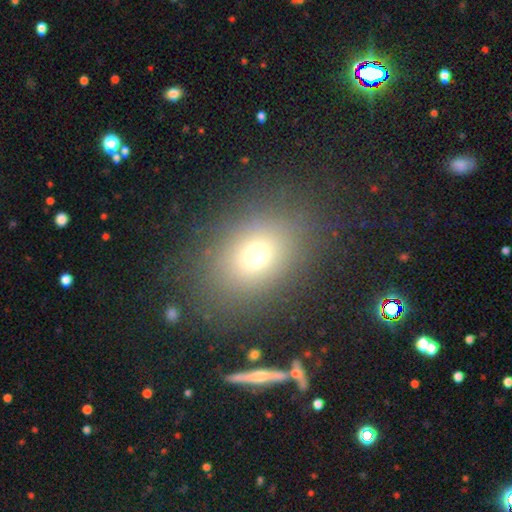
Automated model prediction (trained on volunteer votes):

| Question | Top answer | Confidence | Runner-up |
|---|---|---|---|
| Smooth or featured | smooth | 69% | star or artifact (18%) |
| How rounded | in between | 57% | round (42%) |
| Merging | none | 81% | minor disturbance (10%) |